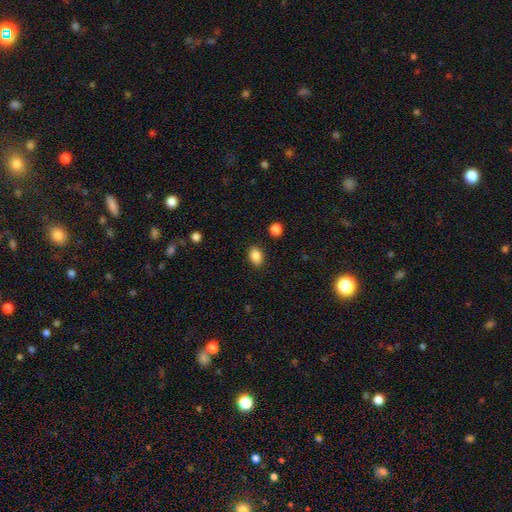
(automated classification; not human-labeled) A smooth galaxy with no disk features (87%) that is in between round and cigar-shaped (80%). Merging: none (86%).